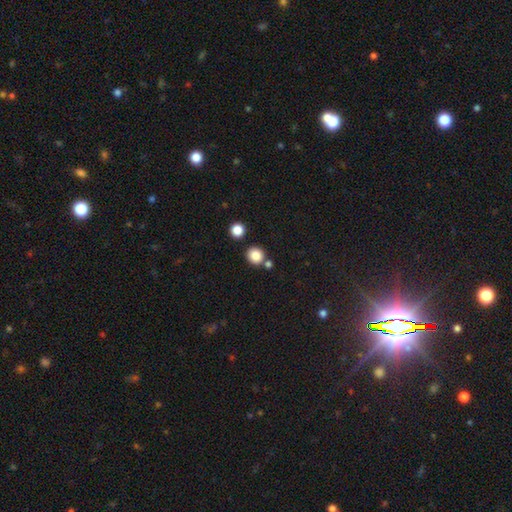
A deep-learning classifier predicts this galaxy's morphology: A smooth galaxy with no disk features (85%) that is round (88%). Merging: none (77%).